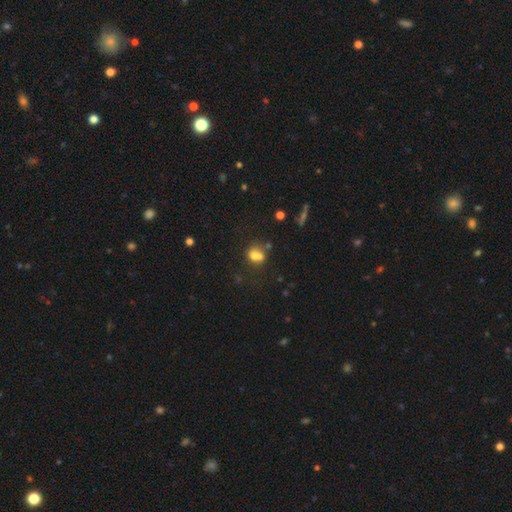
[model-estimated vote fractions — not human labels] This is likely a smooth galaxy (66%). How rounded: likely round (62%). Merging: possibly merger (48%).